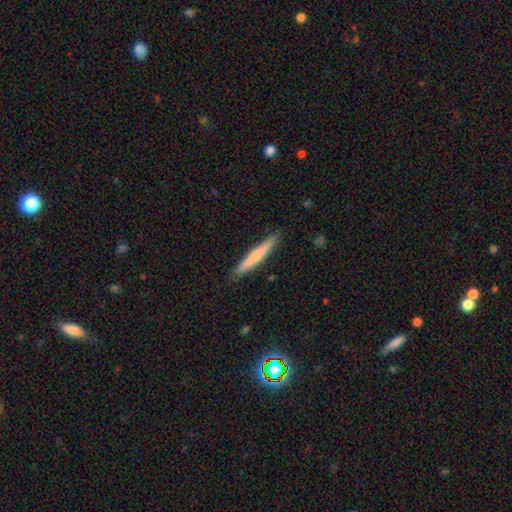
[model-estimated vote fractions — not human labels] Smooth or featured? smooth (65%)
How rounded? cigar-shaped (95%)
Merging? none (89%)